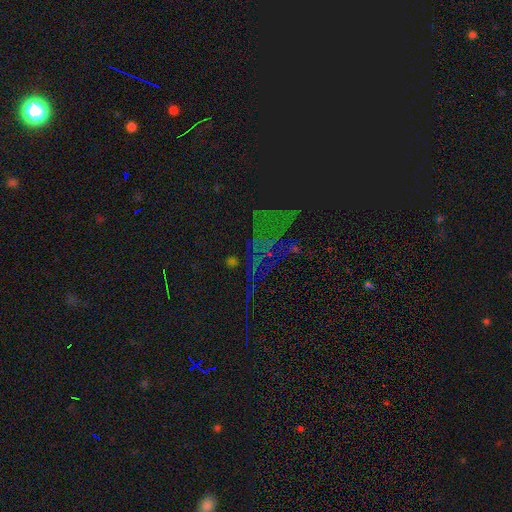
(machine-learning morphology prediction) Smooth or featured? Predicted: star or artifact (p=0.65).